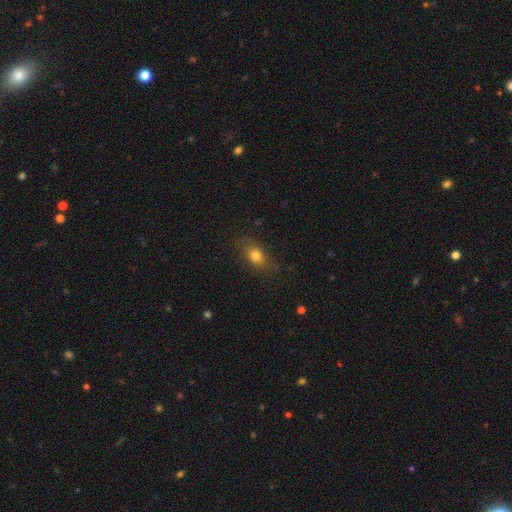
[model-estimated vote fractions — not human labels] This is likely a smooth galaxy (77%). How rounded: likely in between (71%). Merging: likely none (79%).